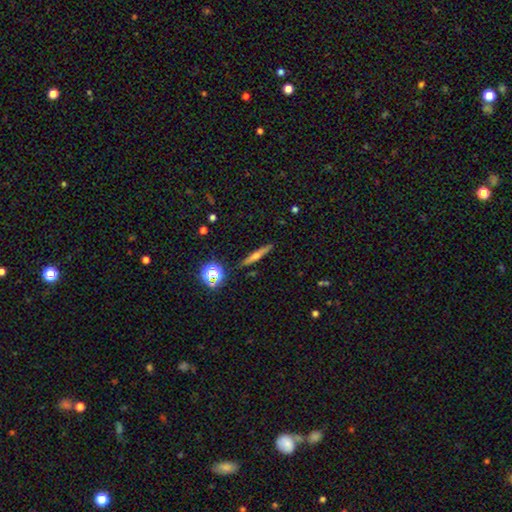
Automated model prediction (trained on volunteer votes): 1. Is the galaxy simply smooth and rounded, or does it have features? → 44% featured or disk, 43% smooth, 13% star or artifact.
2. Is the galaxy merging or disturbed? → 88% none, 8% minor disturbance, 2% major disturbance, 2% merger.